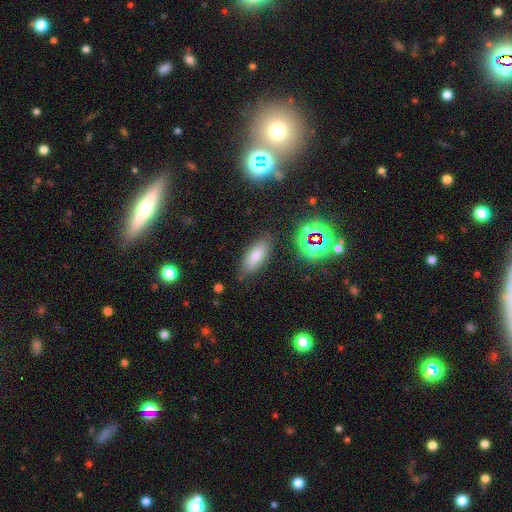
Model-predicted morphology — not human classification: smooth-or-featured: smooth: 69% | star or artifact: 19% | featured or disk: 12%
  how-rounded: in between: 79% | cigar-shaped: 17% | round: 4%
  merging: none: 84% | minor disturbance: 10% | major disturbance: 3% | merger: 2%